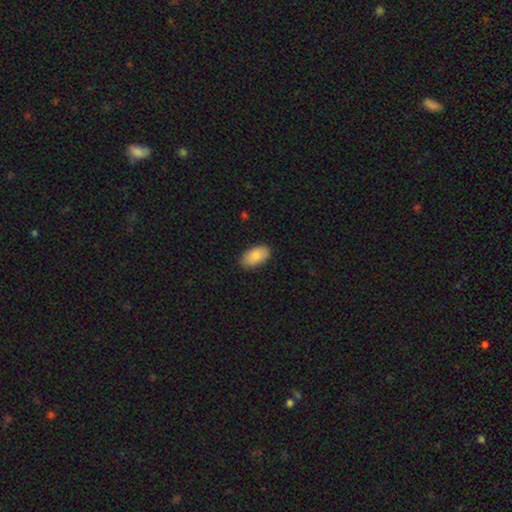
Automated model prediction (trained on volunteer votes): This appears to be a smooth galaxy with no disk features (87%) that is in between round and cigar-shaped (95%). Merging: none (88%).